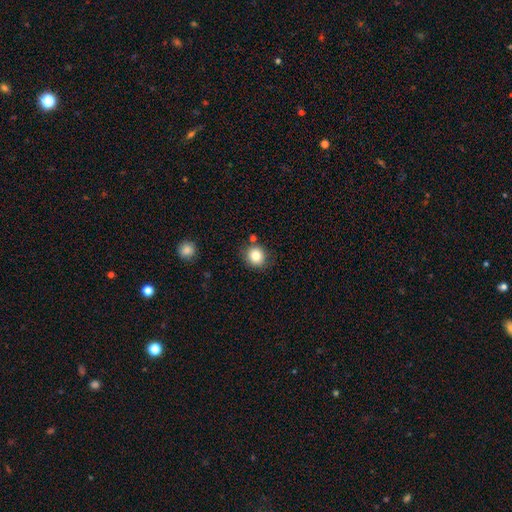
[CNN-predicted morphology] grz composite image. It shows a smooth galaxy with no disk features (83%) that is round (84%). Merging: none (80%).